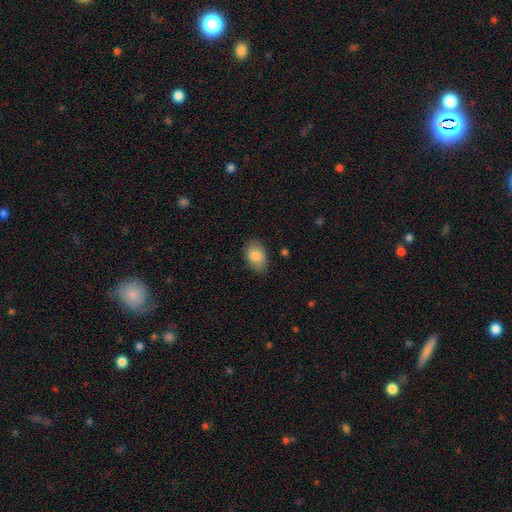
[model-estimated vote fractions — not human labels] Smooth or featured? Predicted: smooth (p=0.84). How rounded? Predicted: in between (p=0.88). Merging? Predicted: none (p=0.82).